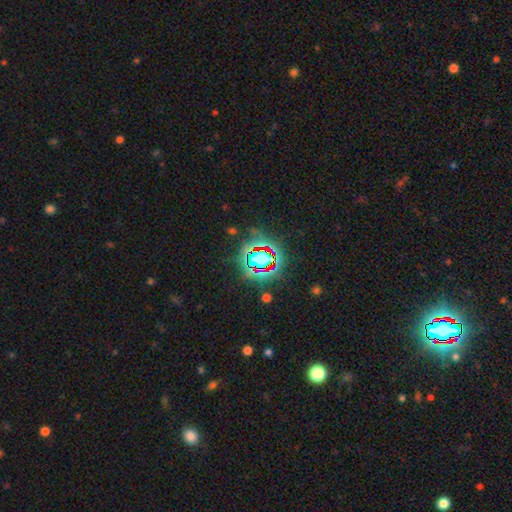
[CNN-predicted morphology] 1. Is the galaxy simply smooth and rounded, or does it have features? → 67% star or artifact, 21% smooth, 13% featured or disk.